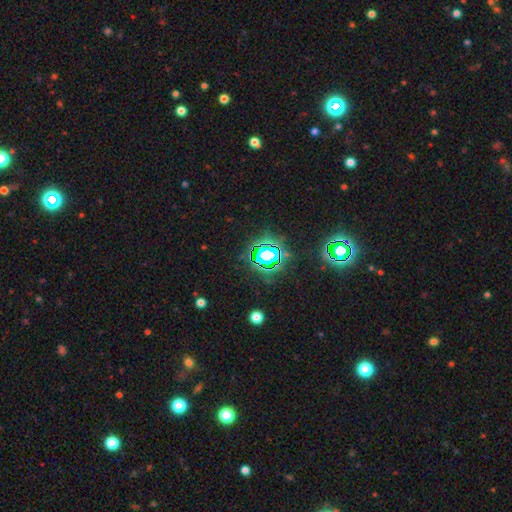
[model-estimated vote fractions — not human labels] A star or artifact, not a galaxy (80%).

Vote fractions:
- Smooth or featured? star or artifact: 80% / smooth: 13% / featured or disk: 8%